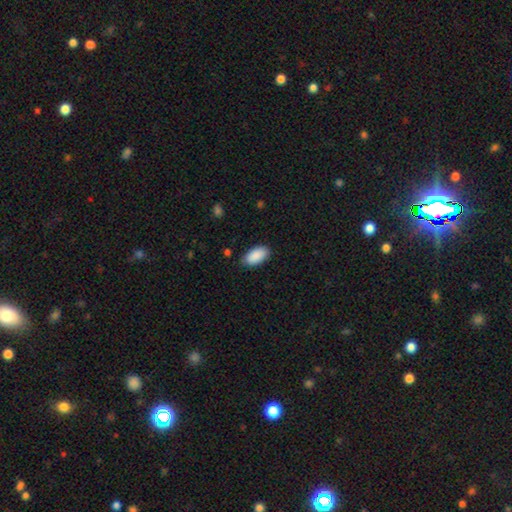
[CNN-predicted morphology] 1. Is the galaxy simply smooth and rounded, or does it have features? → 90% smooth, 6% star or artifact, 4% featured or disk.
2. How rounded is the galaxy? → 95% in between, 3% cigar-shaped, 2% round.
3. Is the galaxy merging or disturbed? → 85% none, 12% minor disturbance, 2% major disturbance, 1% merger.